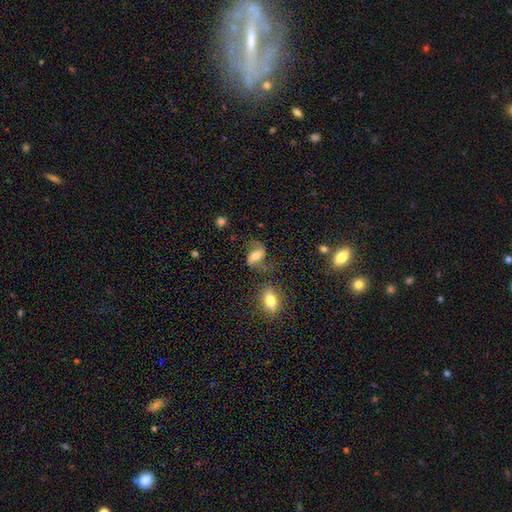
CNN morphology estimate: type=featured or disk (63%); edge-on=no (95%); bar=weak (38%); spiral arms=yes (88%); winding=loose (55%); arm count=2 (90%); bulge=moderate (59%); merging=none (63%).